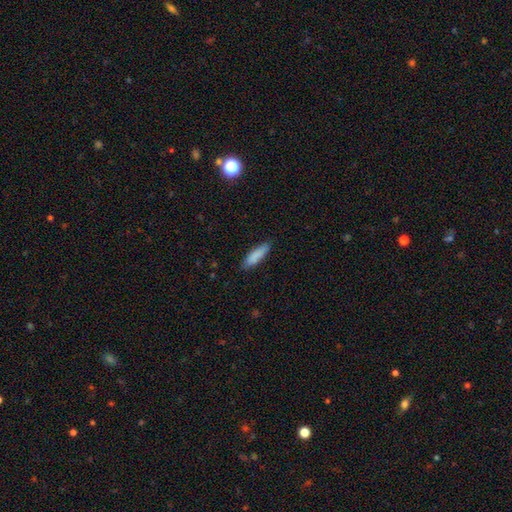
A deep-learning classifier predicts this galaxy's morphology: smooth-or-featured: smooth: 86% | featured or disk: 8% | star or artifact: 6%
  how-rounded: cigar-shaped: 64% | in between: 35% | round: 1%
  merging: none: 85% | minor disturbance: 12% | major disturbance: 2% | merger: 1%